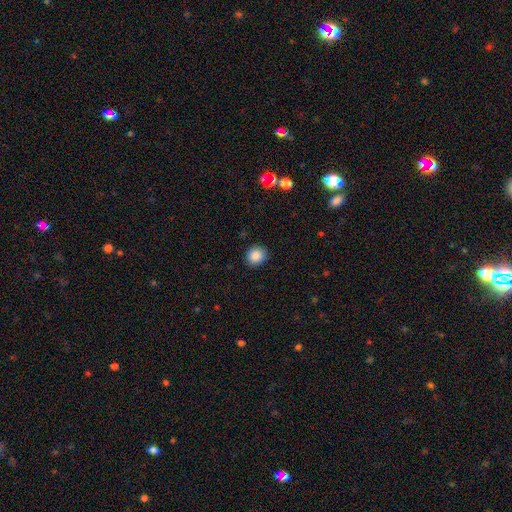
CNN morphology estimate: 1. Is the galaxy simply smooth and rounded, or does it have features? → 87% smooth, 9% star or artifact, 4% featured or disk.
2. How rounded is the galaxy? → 78% round, 22% in between, 1% cigar-shaped.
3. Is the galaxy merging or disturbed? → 89% none, 7% minor disturbance, 2% major disturbance, 1% merger.